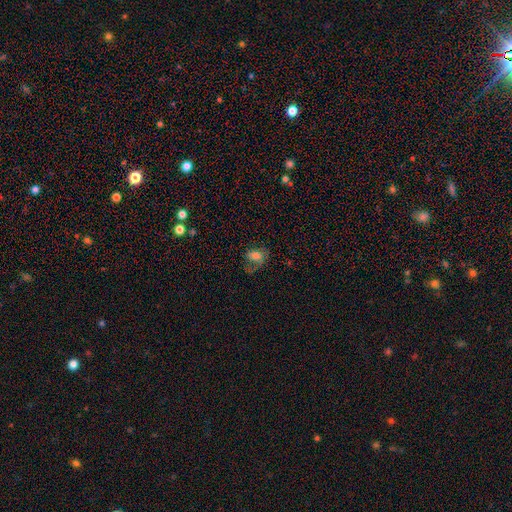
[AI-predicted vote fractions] This appears to be a smooth galaxy with no disk features (58%) that is in between round and cigar-shaped (68%). Merging: none (45%).